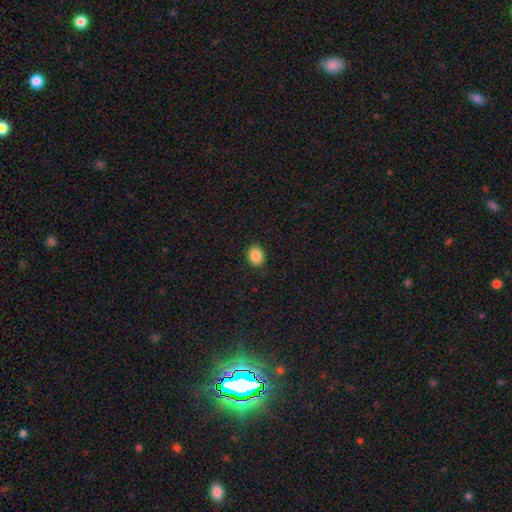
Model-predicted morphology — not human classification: A smooth galaxy with no disk features (88%) that is in between round and cigar-shaped (63%).

Vote fractions:
- Smooth or featured? smooth: 88% / star or artifact: 8% / featured or disk: 4%
- How rounded? in between: 63% / round: 36% / cigar-shaped: 1%
- Merging? none: 89% / minor disturbance: 8% / major disturbance: 2% / merger: 1%